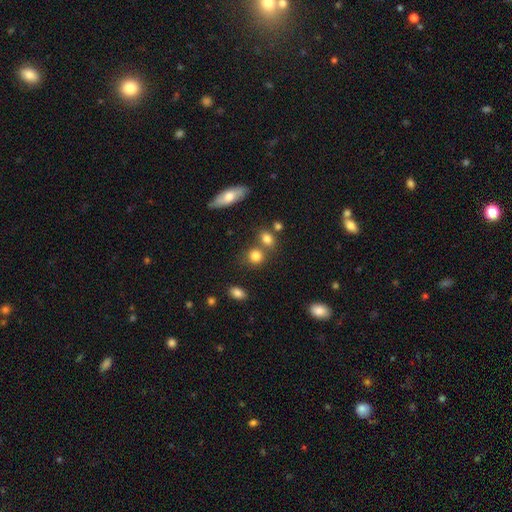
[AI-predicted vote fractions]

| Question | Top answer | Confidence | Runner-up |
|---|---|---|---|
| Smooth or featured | smooth | 81% | star or artifact (11%) |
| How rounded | round | 75% | in between (23%) |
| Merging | none | 61% | merger (24%) |